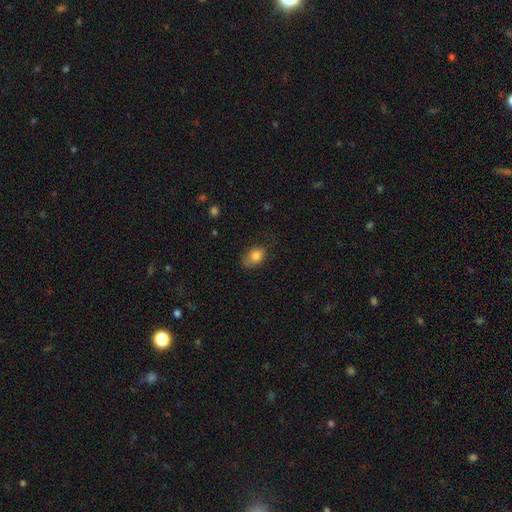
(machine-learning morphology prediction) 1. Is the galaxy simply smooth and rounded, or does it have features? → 82% smooth, 9% star or artifact, 9% featured or disk.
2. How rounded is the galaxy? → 69% in between, 29% round, 1% cigar-shaped.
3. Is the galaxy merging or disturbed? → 56% none, 31% minor disturbance, 11% major disturbance, 2% merger.